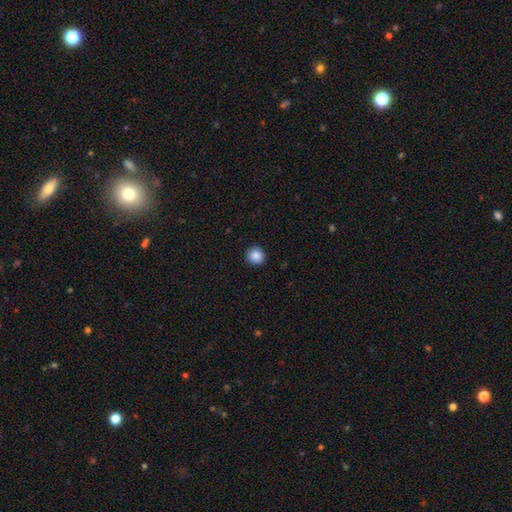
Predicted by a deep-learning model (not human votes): This is clearly a smooth galaxy (87%). How rounded: clearly round (94%). Merging: clearly none (92%).